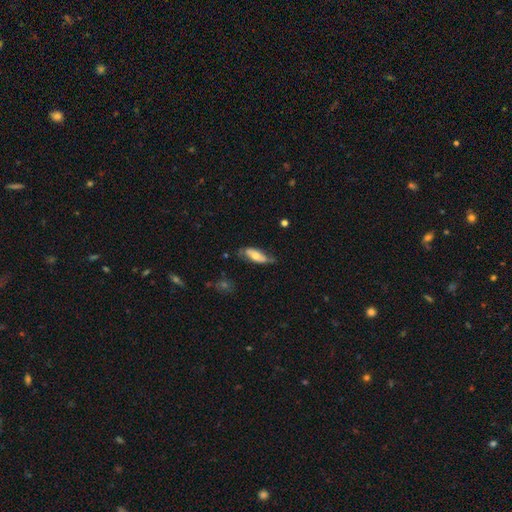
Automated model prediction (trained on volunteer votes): Smooth or featured?
  - smooth: 54% *
  - featured or disk: 39%
  - star or artifact: 6%
How rounded?
  - in between: 70% *
  - cigar-shaped: 27%
  - round: 2%
Merging?
  - none: 60% *
  - minor disturbance: 30%
  - major disturbance: 8%
  - merger: 2%